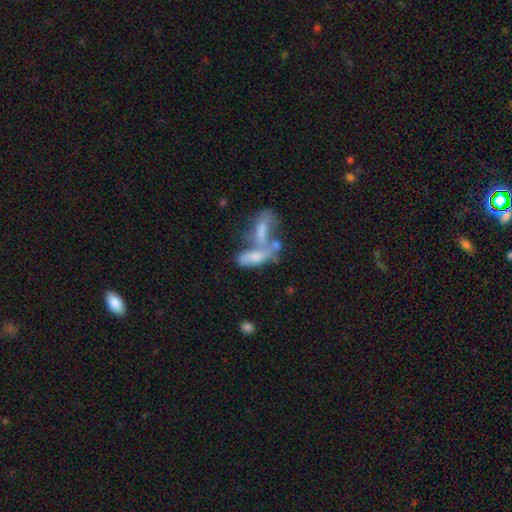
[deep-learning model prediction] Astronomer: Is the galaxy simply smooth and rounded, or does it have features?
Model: smooth — 57% (runner-up: featured or disk, 33%).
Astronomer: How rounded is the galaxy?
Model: in between — 68%.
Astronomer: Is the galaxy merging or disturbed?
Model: merger — 67%.